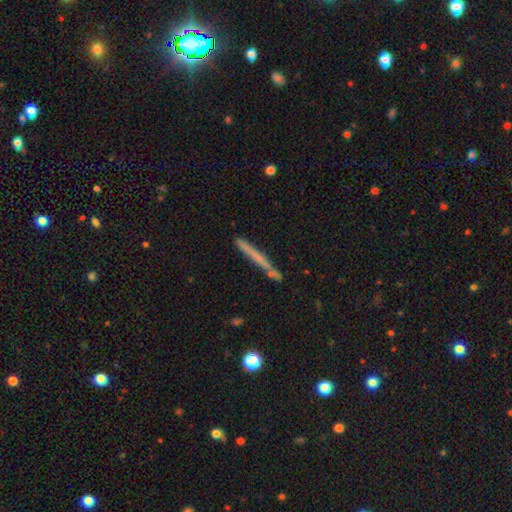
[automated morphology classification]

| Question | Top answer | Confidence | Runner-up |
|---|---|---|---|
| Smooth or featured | smooth | 53% | featured or disk (40%) |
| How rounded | cigar-shaped | 96% | in between (2%) |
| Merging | none | 82% | minor disturbance (11%) |